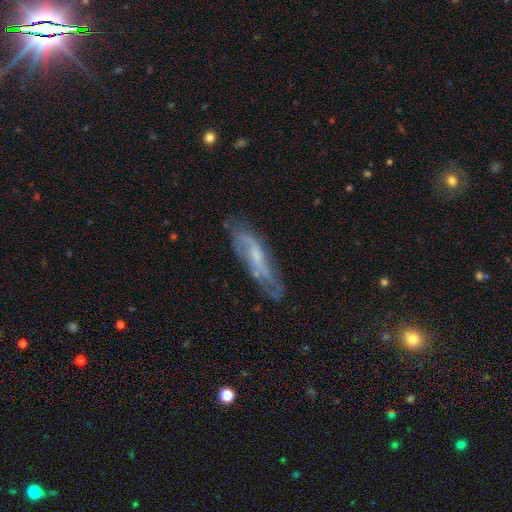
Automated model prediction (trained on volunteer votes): smooth_or_featured: featured or disk (p=0.64) [alt: smooth p=0.28]
disk_edge_on: no (p=0.67) [alt: yes p=0.33]
merging: none (p=0.65) [alt: minor disturbance p=0.23]